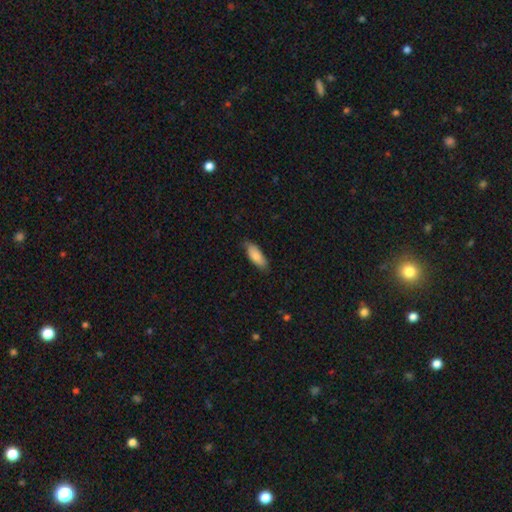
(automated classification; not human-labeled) Q: Smooth or featured?
A: smooth (85%); runner-up: featured or disk (10%)
Q: How rounded?
A: in between (76%); runner-up: cigar-shaped (22%)
Q: Merging?
A: none (76%); runner-up: minor disturbance (20%)